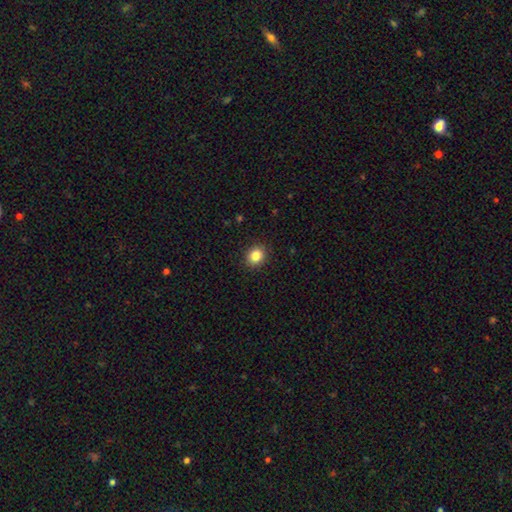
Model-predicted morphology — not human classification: smooth_or_featured: smooth (p=0.85) [alt: star or artifact p=0.10]
how_rounded: round (p=0.67) [alt: in between p=0.32]
merging: none (p=0.91) [alt: minor disturbance p=0.06]